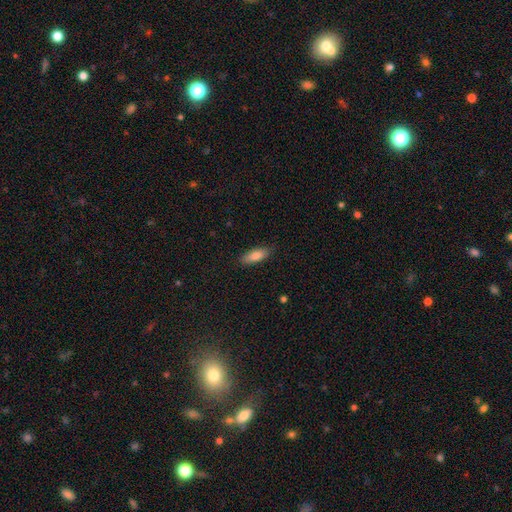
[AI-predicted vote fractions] A smooth galaxy with no disk features (82%) that is in between round and cigar-shaped (70%).

Vote fractions:
- Smooth or featured? smooth: 82% / featured or disk: 11% / star or artifact: 7%
- How rounded? in between: 70% / cigar-shaped: 28% / round: 2%
- Merging? none: 86% / minor disturbance: 11% / major disturbance: 2% / merger: 1%